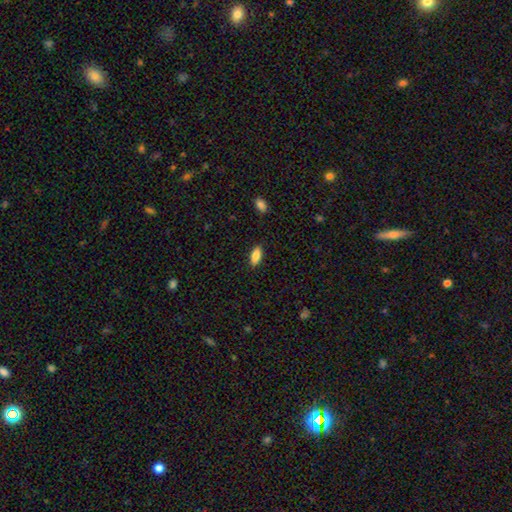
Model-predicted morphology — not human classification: smooth 84%, featured or disk 9%, star or artifact 7%. Down the decision tree: how rounded — in between (83%); merging — none (88%).